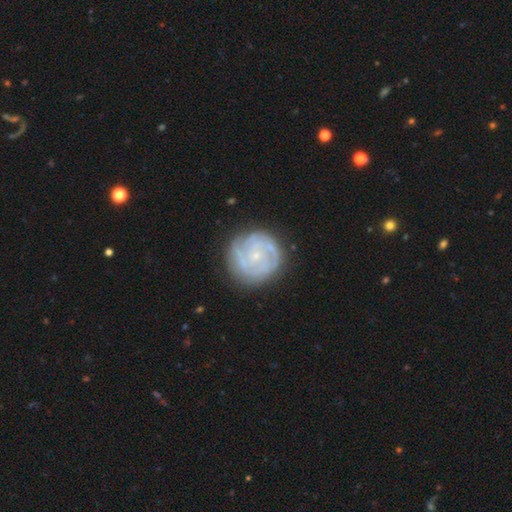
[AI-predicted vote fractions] A featured or disk galaxy (76%) with no bar (76%), tight (67%) spiral arms (90%) and a small central bulge (81%).

Vote fractions:
- Smooth or featured? featured or disk: 76% / smooth: 18% / star or artifact: 7%
- Edge-on disk? no: 98% / yes: 2%
- Bar? no: 76% / weak: 20% / strong: 4%
- Spiral arms? yes: 90% / no: 10%
- Spiral winding? tight: 67% / medium: 26% / loose: 7%
- Spiral arm count? can't tell: 31% / 3: 25% / 2: 19% / 4: 13% / more than 4: 6% / 1: 6%
- Bulge size? small: 81% / moderate: 13% / none: 4% / large: 1% / dominant: 1%
- Merging? none: 80% / minor disturbance: 14% / major disturbance: 5% / merger: 1%